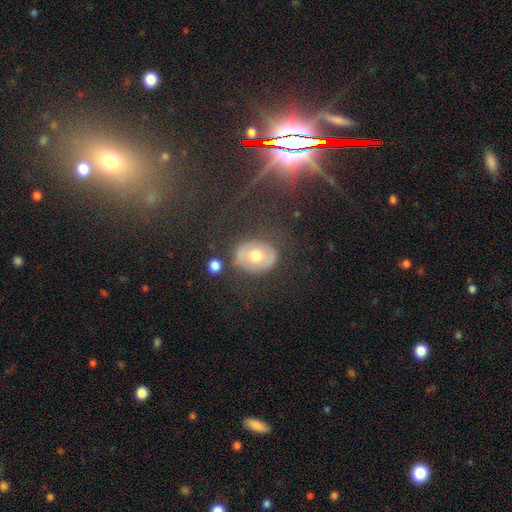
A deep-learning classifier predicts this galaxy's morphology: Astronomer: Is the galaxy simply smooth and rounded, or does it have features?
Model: smooth — 45% (runner-up: featured or disk, 39%).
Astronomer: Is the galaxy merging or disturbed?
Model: none — 82%.